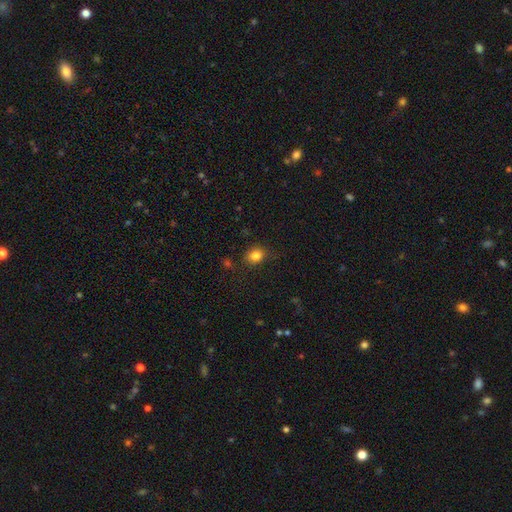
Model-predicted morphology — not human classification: Overall: smooth (83%). How rounded: round (57%; in between 42%). Merging: none (80%).